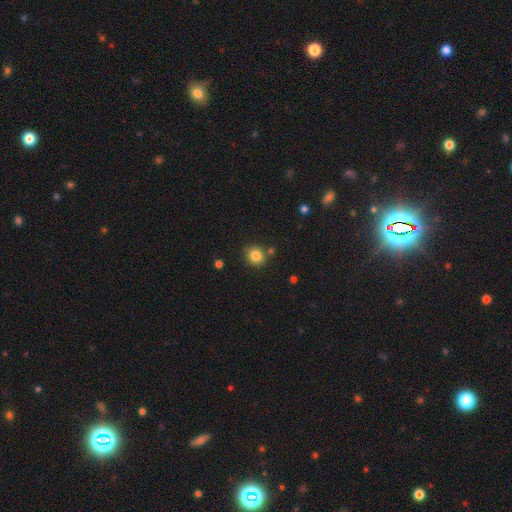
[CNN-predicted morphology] smooth_or_featured: smooth (p=0.83) [alt: star or artifact p=0.11]
how_rounded: round (p=0.77) [alt: in between p=0.22]
merging: none (p=0.80) [alt: minor disturbance p=0.10]